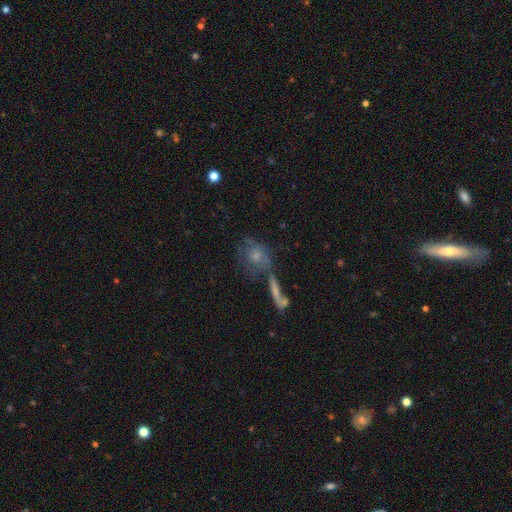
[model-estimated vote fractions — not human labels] smooth-or-featured: smooth: 62% | featured or disk: 27% | star or artifact: 10%
  how-rounded: round: 53% | in between: 39% | cigar-shaped: 7%
  merging: none: 40% | merger: 28% | minor disturbance: 17% | major disturbance: 14%